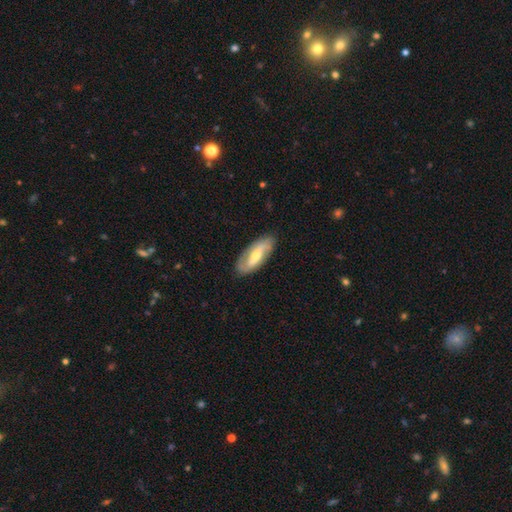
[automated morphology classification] The model was most divided on "bar": weak: 39%, no: 31%, strong: 30%. More confident: edge-on disk — no (88%); spiral arms — yes (83%); merging — none (83%); smooth or featured — featured or disk (67%); bulge size — moderate (56%).